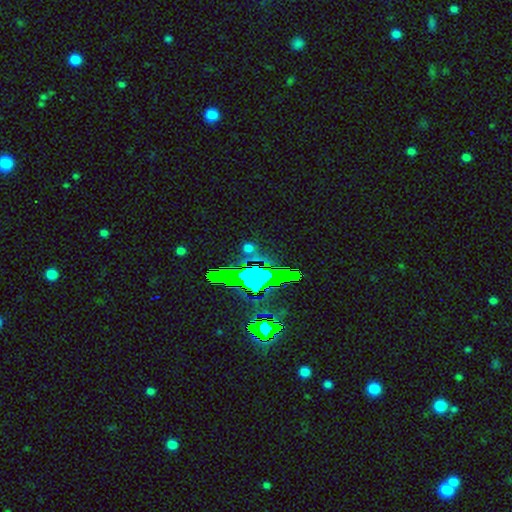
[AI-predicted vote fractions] star or artifact 63%, featured or disk 21%, smooth 16%.